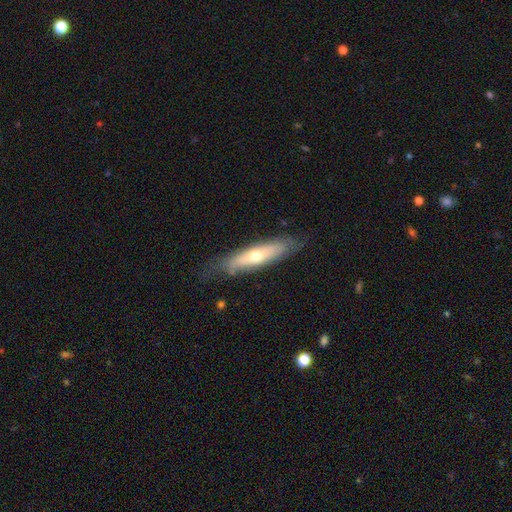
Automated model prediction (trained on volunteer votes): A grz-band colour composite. It shows a smooth galaxy with no disk features (49%). Merging: none (73%).